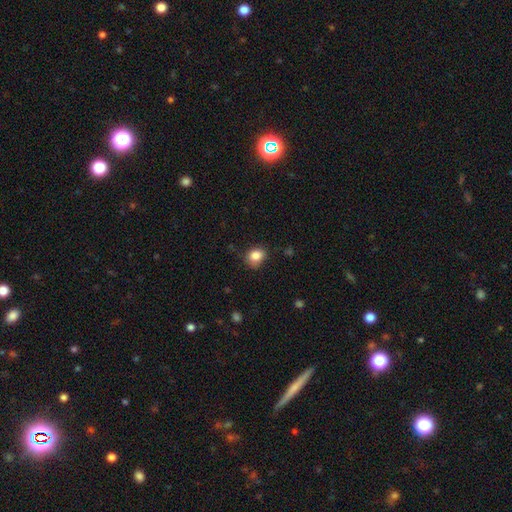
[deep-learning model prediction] The model was most divided on "how rounded": round: 59%, in between: 40%, cigar-shaped: 1%. More confident: smooth or featured — smooth (85%); merging — none (72%).